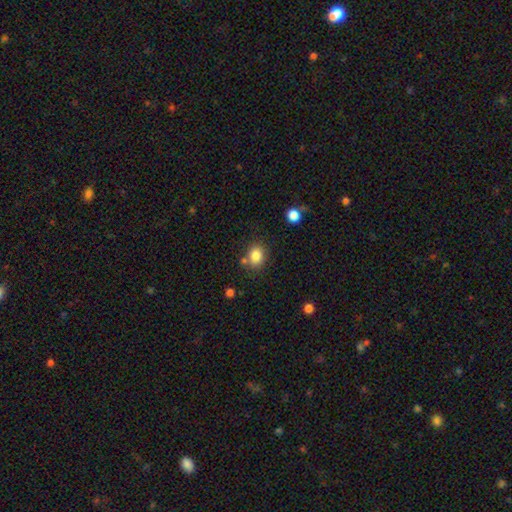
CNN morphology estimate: Smooth or featured: smooth — 84% (star or artifact — 10%)
How rounded: round — 58% (in between — 41%)
Merging: none — 74% (minor disturbance — 12%)